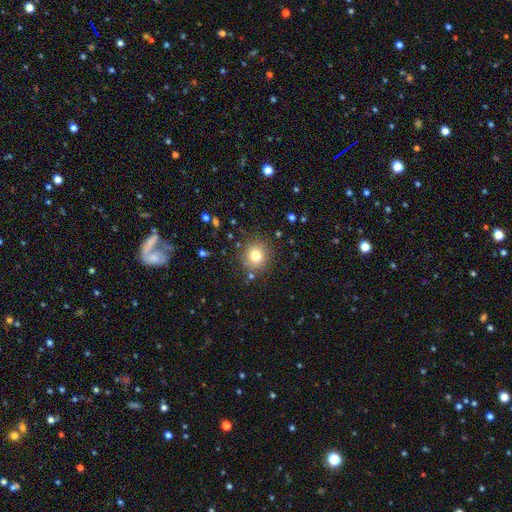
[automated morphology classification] smooth-or-featured: smooth: 76% | star or artifact: 14% | featured or disk: 10%
  how-rounded: round: 89% | in between: 11% | cigar-shaped: 1%
  merging: none: 85% | minor disturbance: 9% | major disturbance: 3% | merger: 3%